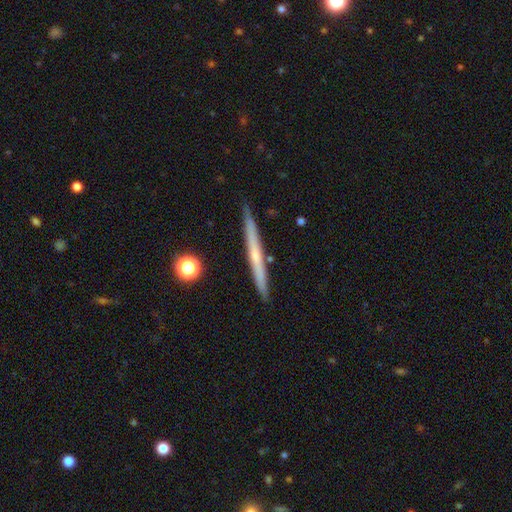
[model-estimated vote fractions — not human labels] Smooth or featured? featured or disk (61%)
Edge-on disk? yes (97%)
Edge-on bulge? none (59%)
Merging? none (90%)